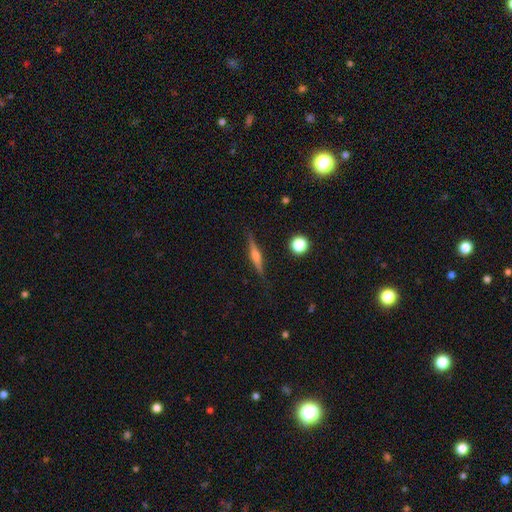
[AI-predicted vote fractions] Morphology: type=featured or disk (68%); edge-on=yes (97%); edge-on bulge=rounded (79%); merging=none (88%).